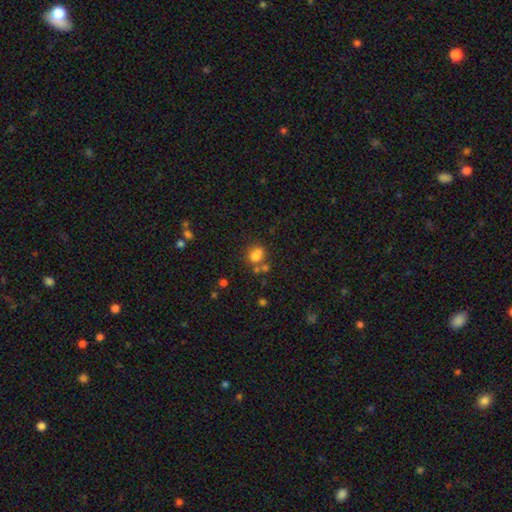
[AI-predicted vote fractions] Smooth or featured: smooth — 75% (star or artifact — 14%)
How rounded: in between — 53% (round — 46%)
Merging: none — 47% (merger — 29%)